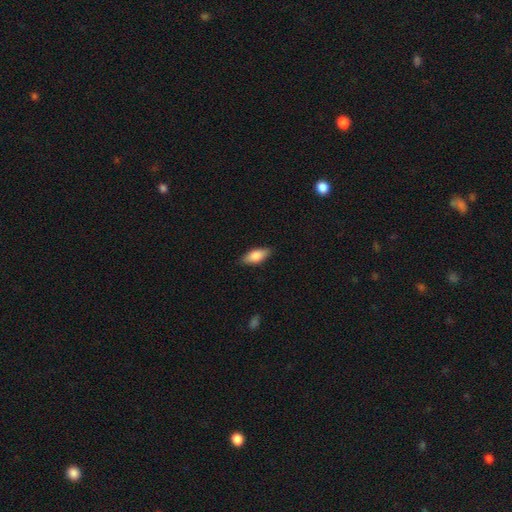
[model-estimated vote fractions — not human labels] Smooth or featured? smooth (80%)
How rounded? in between (84%)
Merging? none (85%)